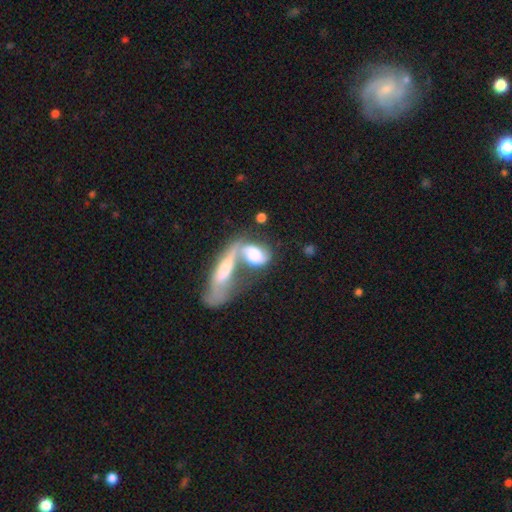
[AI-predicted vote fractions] A featured or disk galaxy (47%).

Vote fractions:
- Smooth or featured? featured or disk: 47% / smooth: 45% / star or artifact: 8%
- Merging? merger: 68% / none: 14% / major disturbance: 11% / minor disturbance: 7%